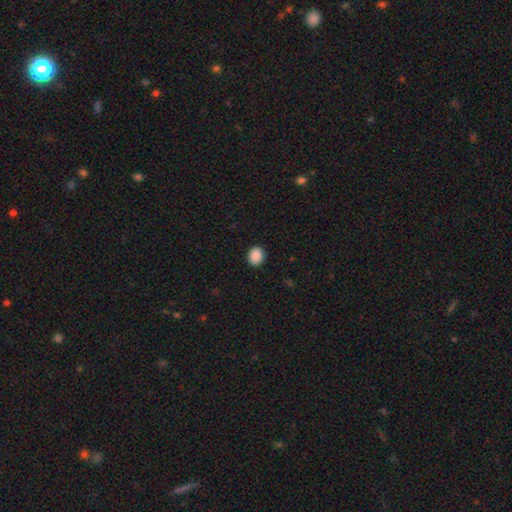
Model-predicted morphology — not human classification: Smooth or featured?
  - smooth: 89% *
  - star or artifact: 8%
  - featured or disk: 2%
How rounded?
  - round: 61% *
  - in between: 38%
  - cigar-shaped: 1%
Merging?
  - none: 91% *
  - minor disturbance: 6%
  - major disturbance: 2%
  - merger: 1%